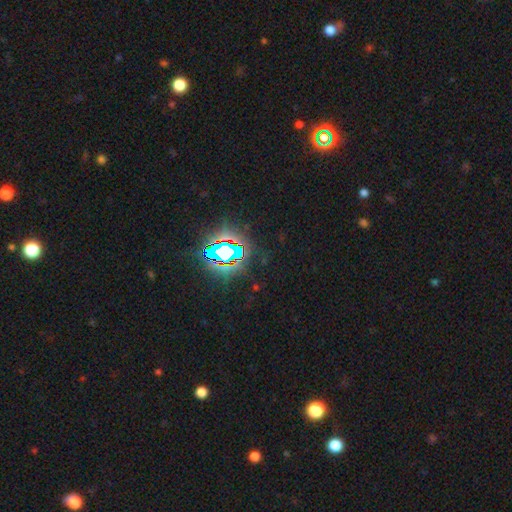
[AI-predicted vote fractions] smooth_or_featured: star or artifact (p=0.81) [alt: smooth p=0.11]